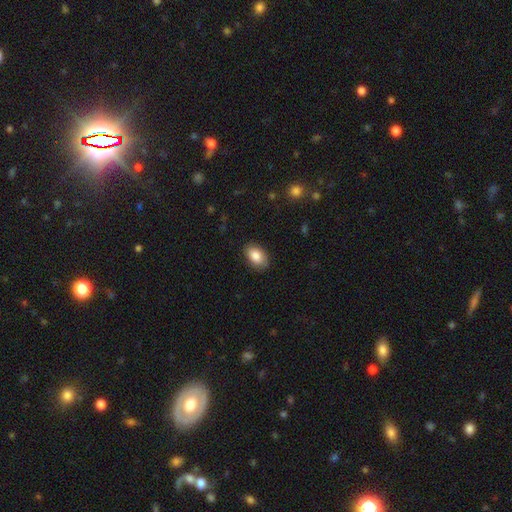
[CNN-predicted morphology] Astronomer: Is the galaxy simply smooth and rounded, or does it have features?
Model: smooth — 86%.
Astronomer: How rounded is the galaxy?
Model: in between — 90%.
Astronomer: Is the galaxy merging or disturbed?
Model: none — 86%.